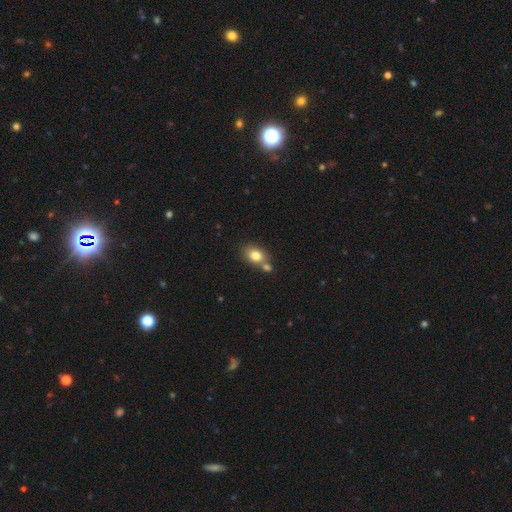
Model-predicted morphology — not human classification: Q: Smooth or featured?
A: smooth (80%); runner-up: featured or disk (10%)
Q: How rounded?
A: in between (59%); runner-up: round (39%)
Q: Merging?
A: none (52%); runner-up: merger (33%)